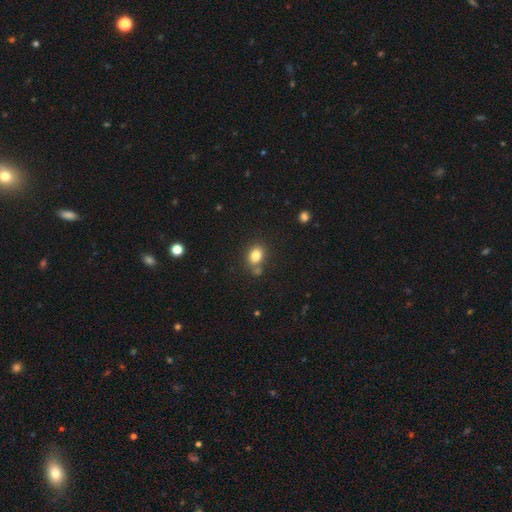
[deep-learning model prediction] Smooth or featured: smooth — 81% (star or artifact — 11%)
How rounded: in between — 54% (round — 44%)
Merging: none — 69% (merger — 15%)